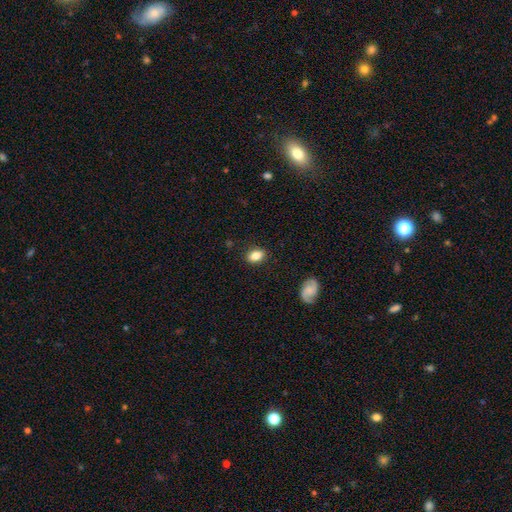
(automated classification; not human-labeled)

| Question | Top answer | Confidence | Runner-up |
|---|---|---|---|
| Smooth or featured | smooth | 84% | featured or disk (8%) |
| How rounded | in between | 79% | round (19%) |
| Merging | none | 86% | minor disturbance (10%) |